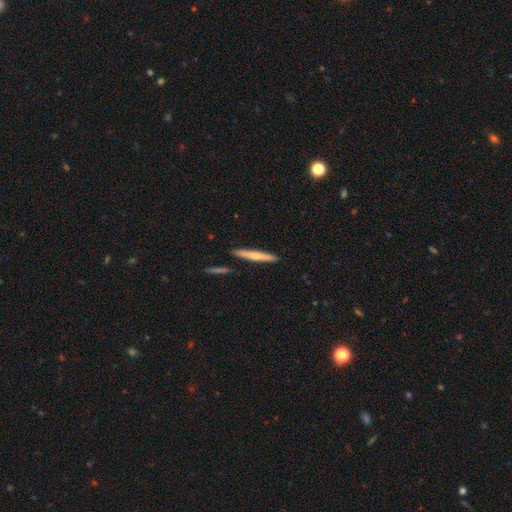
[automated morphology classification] type=smooth (59%); roundness=cigar-shaped (95%); merging=none (87%).